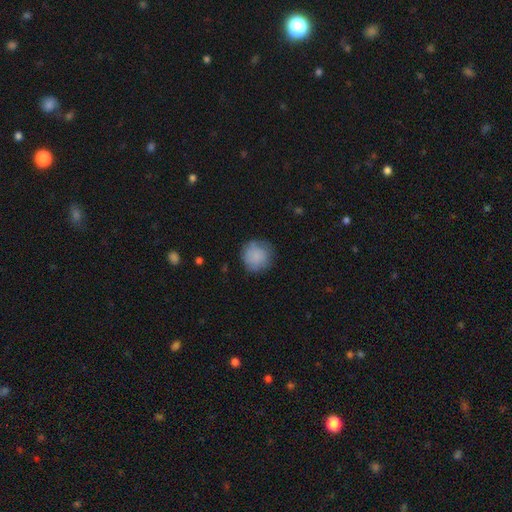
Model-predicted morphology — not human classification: A smooth galaxy with no disk features (82%) that is round (92%). Merging: none (75%).